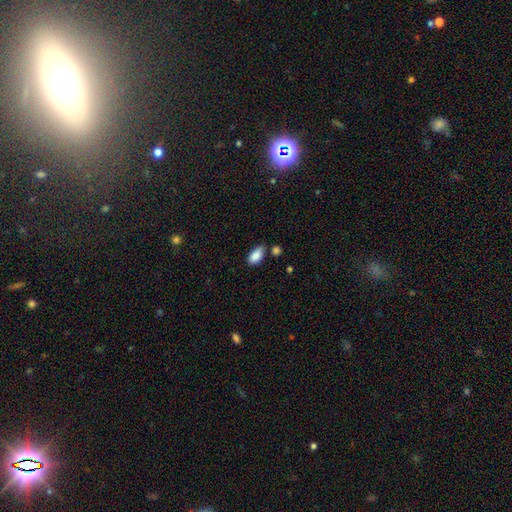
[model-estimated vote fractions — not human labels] A smooth galaxy with no disk features (88%) that is in between round and cigar-shaped (92%). Merging: none (64%).